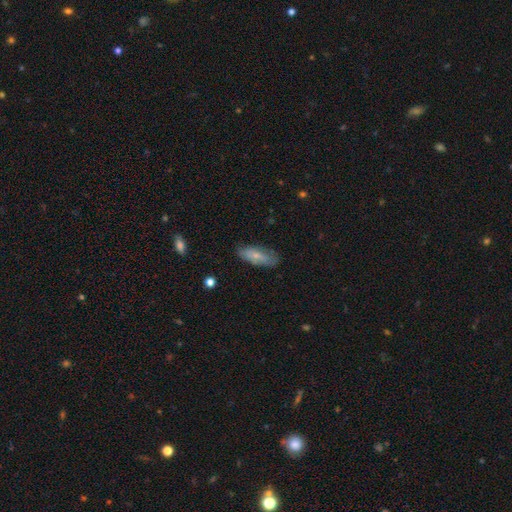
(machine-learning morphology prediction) This appears to be a smooth galaxy with no disk features (65%) that is in between round and cigar-shaped (72%). Merging: none (74%).